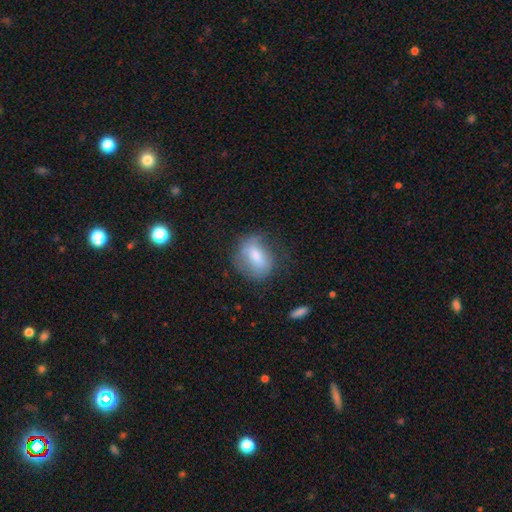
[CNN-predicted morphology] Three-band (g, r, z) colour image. It shows a smooth galaxy with no disk features (68%) that is in between round and cigar-shaped (66%). Merging: none (60%).